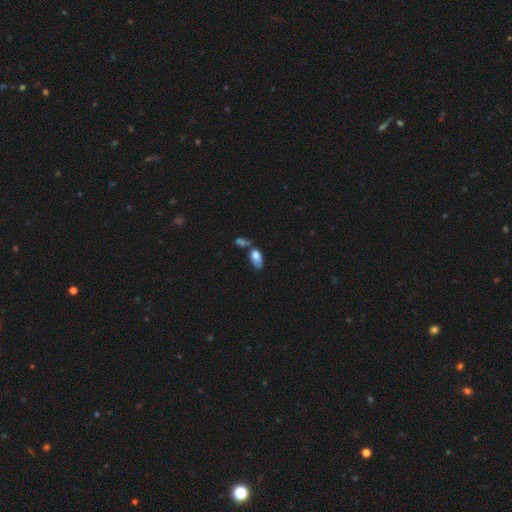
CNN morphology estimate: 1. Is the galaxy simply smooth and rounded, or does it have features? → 76% smooth, 16% featured or disk, 8% star or artifact.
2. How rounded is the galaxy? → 91% in between, 5% round, 3% cigar-shaped.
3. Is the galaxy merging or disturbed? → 39% merger, 30% none, 20% minor disturbance, 12% major disturbance.